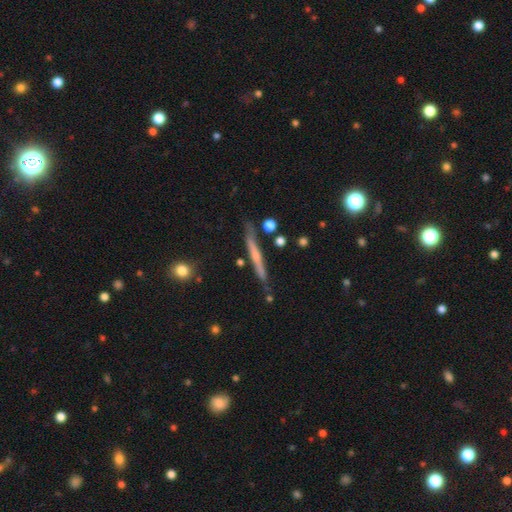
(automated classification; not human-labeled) smooth_or_featured: featured or disk (p=0.53) [alt: smooth p=0.40]
disk_edge_on: yes (p=0.95) [alt: no p=0.05]
edge_on_bulge: none (p=0.67) [alt: rounded p=0.25]
merging: none (p=0.80) [alt: minor disturbance p=0.14]